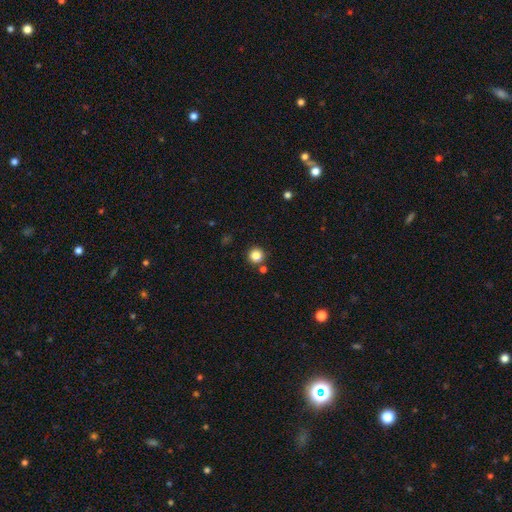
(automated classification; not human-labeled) A smooth galaxy with no disk features (85%) that is round (95%). Merging: none (85%).